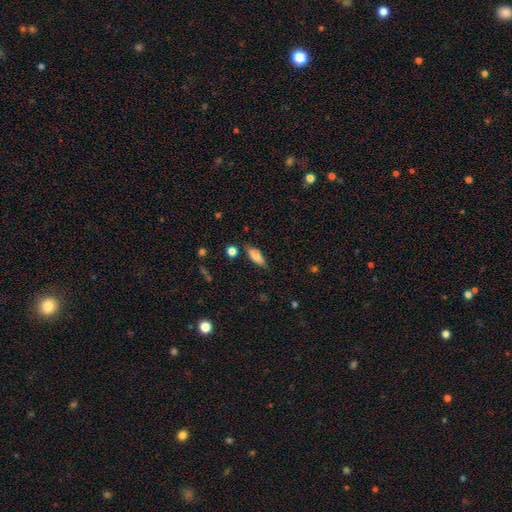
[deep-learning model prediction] This appears to be a smooth galaxy with no disk features (74%) that is in between round and cigar-shaped (59%). Merging: none (72%).